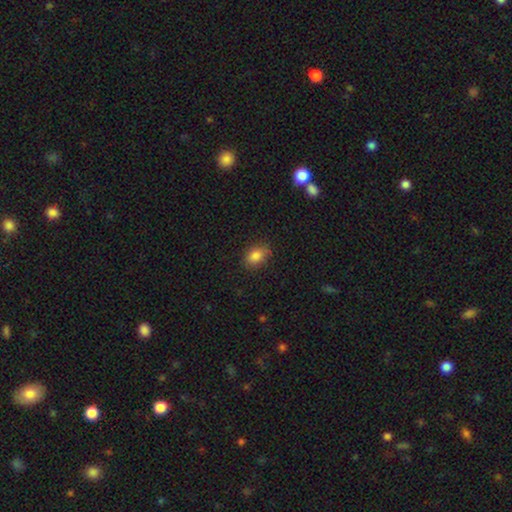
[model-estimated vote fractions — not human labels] Smooth or featured? smooth (85%)
How rounded? in between (75%)
Merging? none (82%)